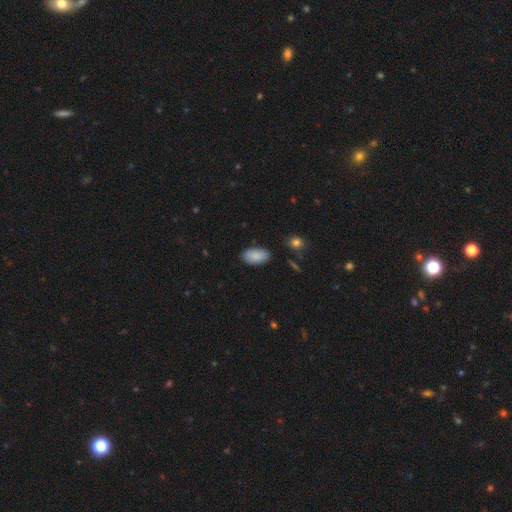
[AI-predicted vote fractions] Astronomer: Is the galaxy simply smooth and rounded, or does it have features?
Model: smooth — 88%.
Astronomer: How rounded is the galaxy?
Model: in between — 95%.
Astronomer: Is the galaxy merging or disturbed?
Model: none — 87%.